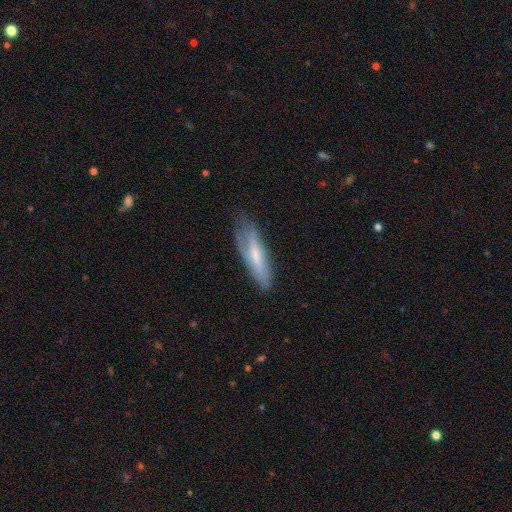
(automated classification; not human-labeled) A smooth galaxy with no disk features (52%) that is cigar-shaped (68%). Merging: none (63%).